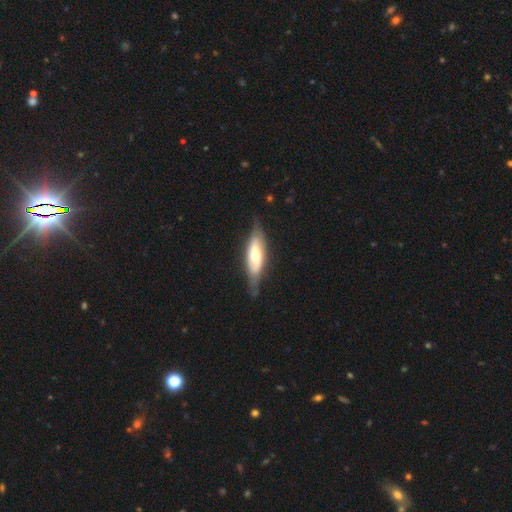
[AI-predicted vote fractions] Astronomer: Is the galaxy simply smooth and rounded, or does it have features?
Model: featured or disk — 61%.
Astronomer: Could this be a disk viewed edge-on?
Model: no — 61% (runner-up: yes, 39%).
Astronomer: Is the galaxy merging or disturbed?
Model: none — 59%.